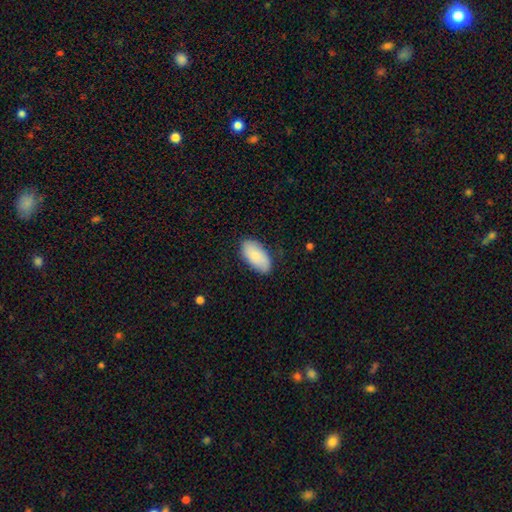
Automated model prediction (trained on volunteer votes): A smooth galaxy with no disk features (82%) that is in between round and cigar-shaped (95%).

Vote fractions:
- Smooth or featured? smooth: 82% / featured or disk: 12% / star or artifact: 6%
- How rounded? in between: 95% / cigar-shaped: 3% / round: 2%
- Merging? none: 81% / minor disturbance: 15% / major disturbance: 3% / merger: 1%